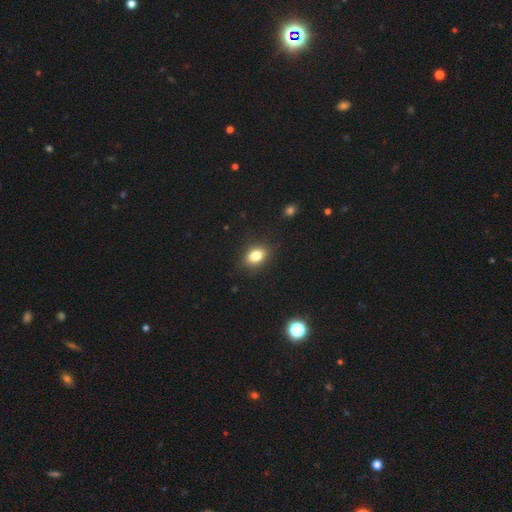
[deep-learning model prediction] Morphology: type=smooth (82%); roundness=in between (79%); merging=none (86%).